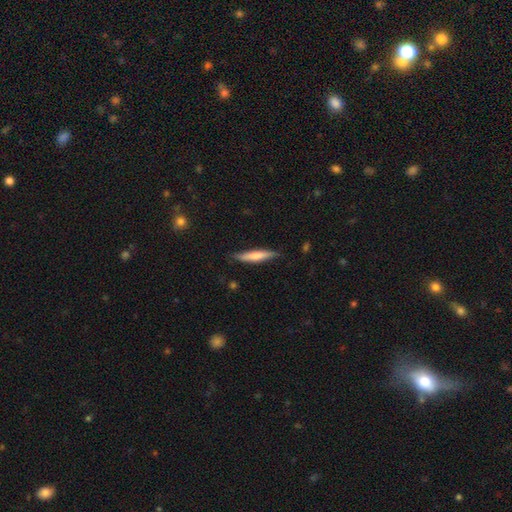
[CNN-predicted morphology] The model was most divided on "smooth or featured": smooth: 65%, featured or disk: 30%, star or artifact: 6%. More confident: how rounded — cigar-shaped (90%); merging — none (84%).